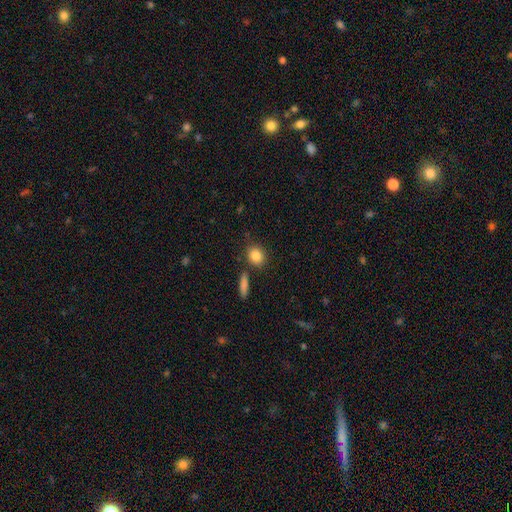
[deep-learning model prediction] Morphology: type=smooth (86%); roundness=round (58%); merging=none (79%).